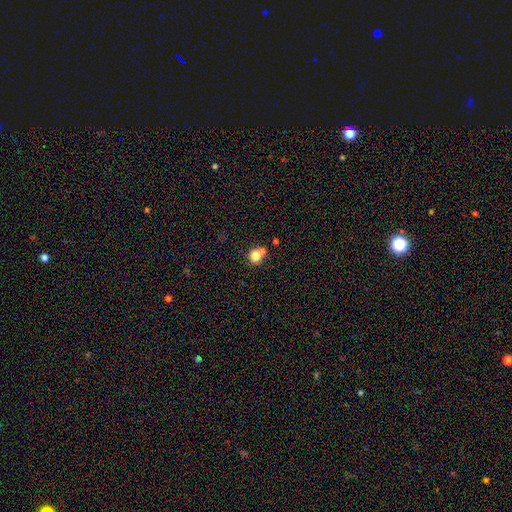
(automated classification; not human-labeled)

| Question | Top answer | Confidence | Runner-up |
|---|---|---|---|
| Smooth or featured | smooth | 80% | star or artifact (11%) |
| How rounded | round | 88% | in between (11%) |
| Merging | none | 54% | merger (34%) |